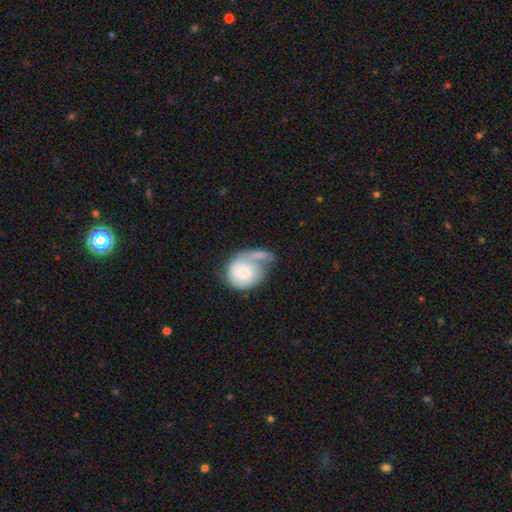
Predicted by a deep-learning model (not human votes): A smooth galaxy with no disk features (51%) that is round (67%).

Vote fractions:
- Smooth or featured? smooth: 51% / featured or disk: 43% / star or artifact: 6%
- How rounded? round: 67% / in between: 31% / cigar-shaped: 2%
- Merging? merger: 40% / none: 26% / major disturbance: 18% / minor disturbance: 16%